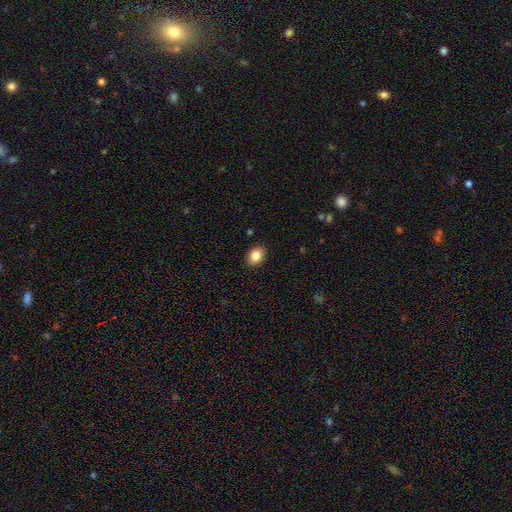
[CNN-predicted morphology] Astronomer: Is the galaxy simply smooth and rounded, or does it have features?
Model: smooth — 86%.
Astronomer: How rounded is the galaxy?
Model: in between — 68%.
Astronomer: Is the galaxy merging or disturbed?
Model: none — 89%.